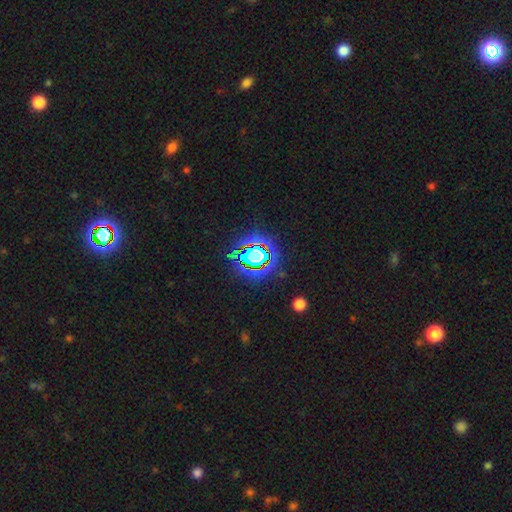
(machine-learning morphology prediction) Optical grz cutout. It shows a star or artifact, not a galaxy (66%).